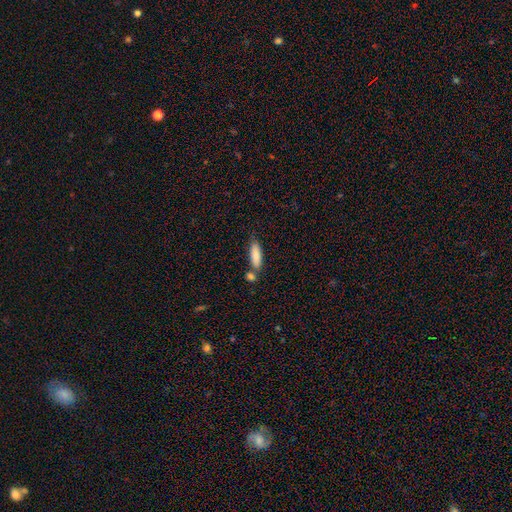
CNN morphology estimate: smooth-or-featured: smooth: 86% | featured or disk: 8% | star or artifact: 6%
  how-rounded: in between: 52% | cigar-shaped: 46% | round: 2%
  merging: none: 60% | merger: 24% | minor disturbance: 13% | major disturbance: 4%